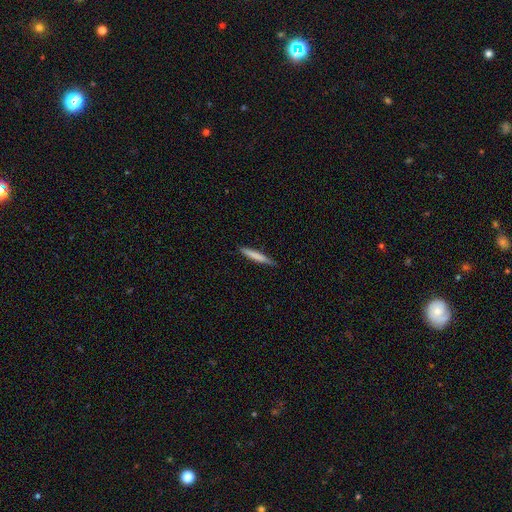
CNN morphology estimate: Smooth or featured?
  - smooth: 73% *
  - featured or disk: 21%
  - star or artifact: 6%
How rounded?
  - cigar-shaped: 95% *
  - in between: 4%
  - round: 1%
Merging?
  - none: 85% *
  - minor disturbance: 12%
  - major disturbance: 2%
  - merger: 1%